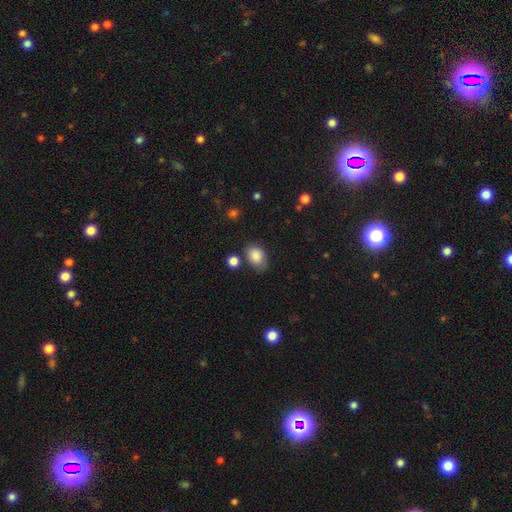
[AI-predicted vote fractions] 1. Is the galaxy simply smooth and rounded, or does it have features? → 86% smooth, 8% star or artifact, 6% featured or disk.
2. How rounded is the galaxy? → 74% in between, 24% round, 1% cigar-shaped.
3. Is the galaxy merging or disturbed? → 65% none, 23% minor disturbance, 6% merger, 6% major disturbance.